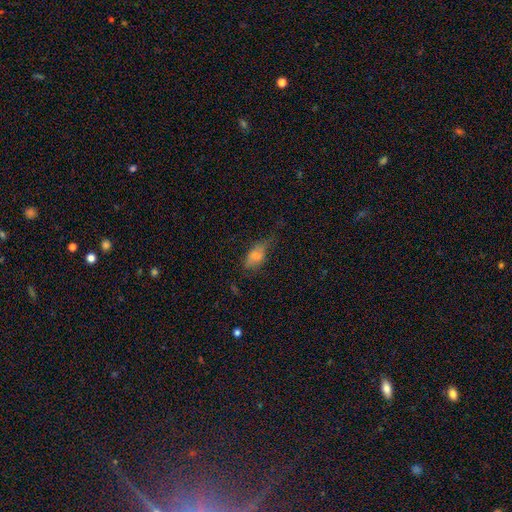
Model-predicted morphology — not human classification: This is likely a smooth galaxy (68%). How rounded: clearly in between (86%). Merging: possibly none (46%).